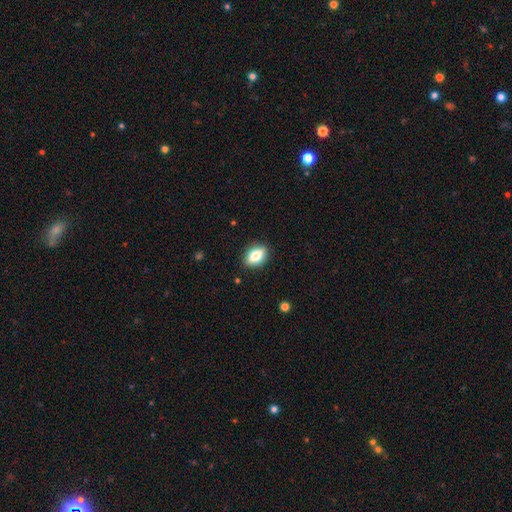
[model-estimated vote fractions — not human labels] Smooth or featured: smooth — 69% (featured or disk — 23%)
How rounded: in between — 77% (round — 17%)
Merging: none — 86% (minor disturbance — 11%)